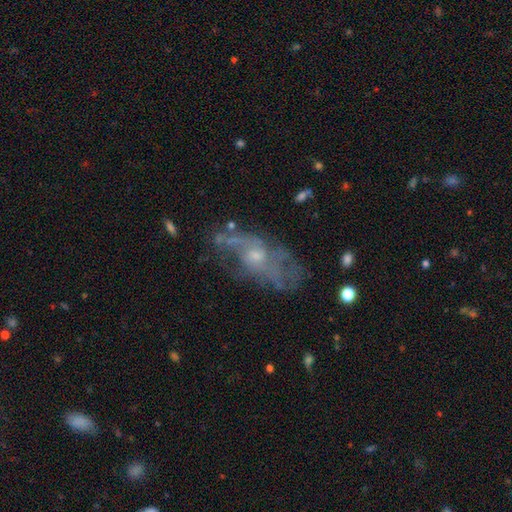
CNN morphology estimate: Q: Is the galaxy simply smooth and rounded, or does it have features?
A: featured or disk — 68%.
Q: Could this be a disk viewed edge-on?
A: no — 89%.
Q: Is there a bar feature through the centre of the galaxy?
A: no — 74%.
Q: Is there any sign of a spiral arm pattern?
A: yes — 66%.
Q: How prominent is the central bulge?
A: small — 56%.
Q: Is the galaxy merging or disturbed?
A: none — 59%.